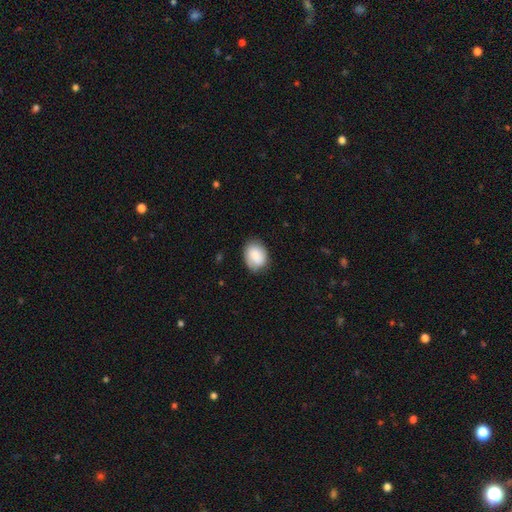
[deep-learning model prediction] This is likely a smooth galaxy (79%). How rounded: likely in between (62%). Merging: likely none (79%).